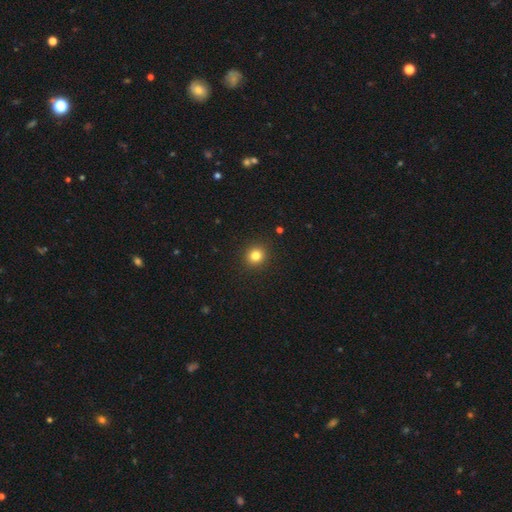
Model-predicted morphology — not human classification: This appears to be a smooth galaxy with no disk features (82%) that is round (87%). Merging: none (92%).